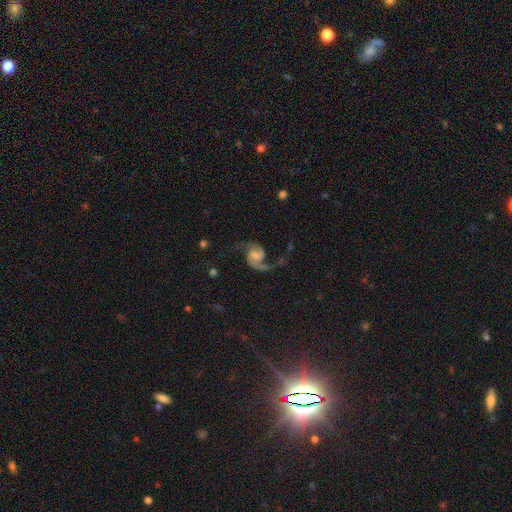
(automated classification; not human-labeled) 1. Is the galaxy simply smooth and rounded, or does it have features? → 88% featured or disk, 6% smooth, 6% star or artifact.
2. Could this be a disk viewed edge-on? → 98% no, 2% yes.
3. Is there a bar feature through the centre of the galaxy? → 48% weak, 37% no, 15% strong.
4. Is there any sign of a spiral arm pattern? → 97% yes, 3% no.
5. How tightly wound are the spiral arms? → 58% loose, 35% medium, 7% tight.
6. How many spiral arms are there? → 91% 2, 5% 1, 2% can't tell, 1% 3, 1% 4, 1% more than 4.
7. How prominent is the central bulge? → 43% none, 21% small, 21% moderate, 12% large, 3% dominant.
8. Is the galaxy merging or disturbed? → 63% none, 19% major disturbance, 15% minor disturbance, 3% merger.